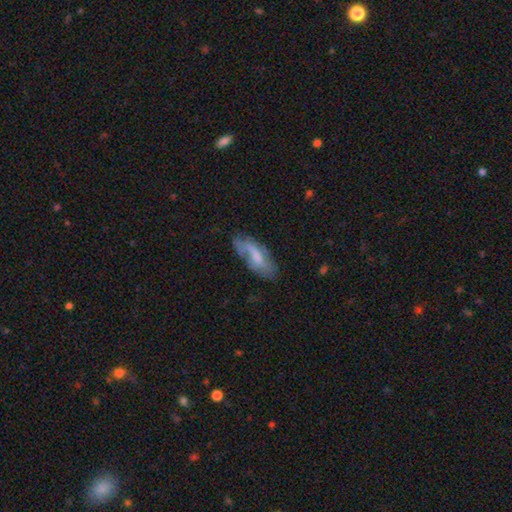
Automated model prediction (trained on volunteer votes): This appears to be a smooth galaxy with no disk features (49%). Merging: none (54%).